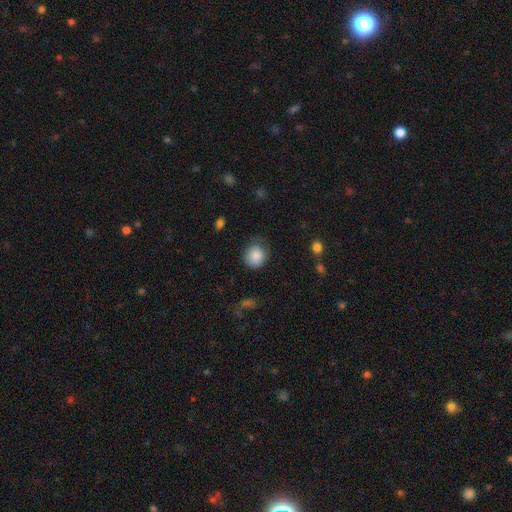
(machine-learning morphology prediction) smooth-or-featured: smooth: 85% | star or artifact: 8% | featured or disk: 7%
  how-rounded: round: 80% | in between: 19% | cigar-shaped: 1%
  merging: none: 65% | minor disturbance: 26% | major disturbance: 7% | merger: 1%